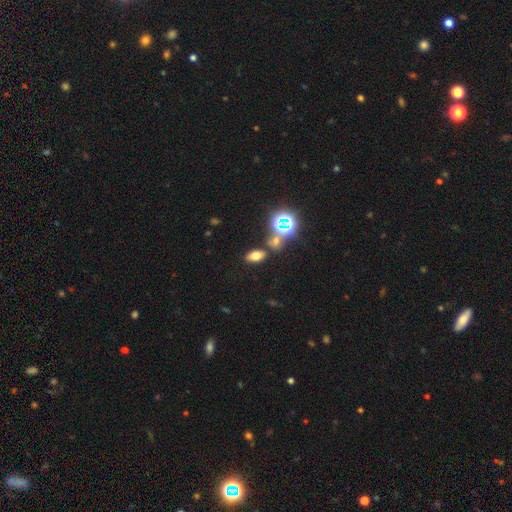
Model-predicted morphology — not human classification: smooth-or-featured: smooth: 62% | star or artifact: 26% | featured or disk: 12%
  how-rounded: in between: 84% | round: 11% | cigar-shaped: 5%
  merging: none: 79% | merger: 9% | minor disturbance: 9% | major disturbance: 3%